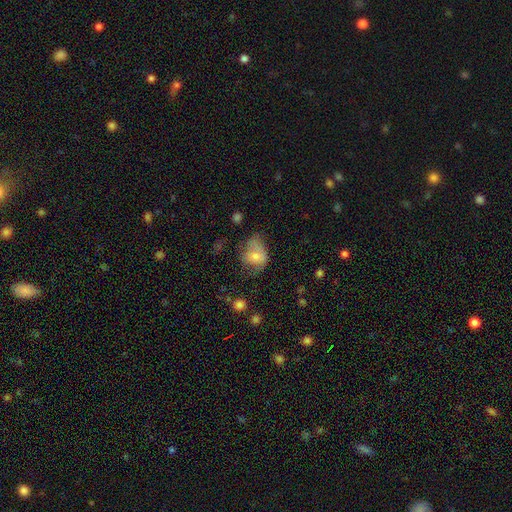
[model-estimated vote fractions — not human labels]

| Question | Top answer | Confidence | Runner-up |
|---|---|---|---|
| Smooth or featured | smooth | 66% | featured or disk (24%) |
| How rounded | in between | 61% | round (38%) |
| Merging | major disturbance | 37% | minor disturbance (32%) |